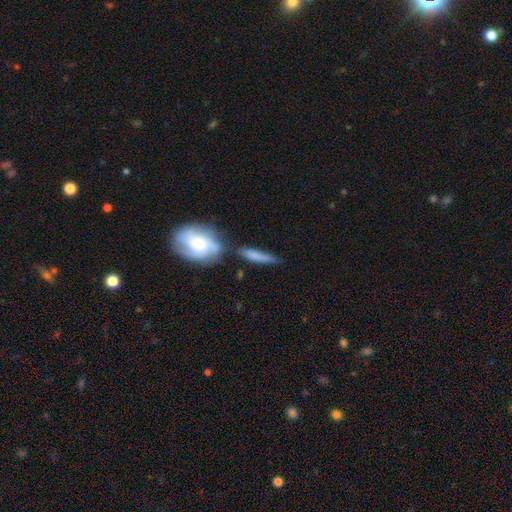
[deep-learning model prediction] This is likely a smooth galaxy (67%). How rounded: likely cigar-shaped (75%). Merging: possibly none (52%).